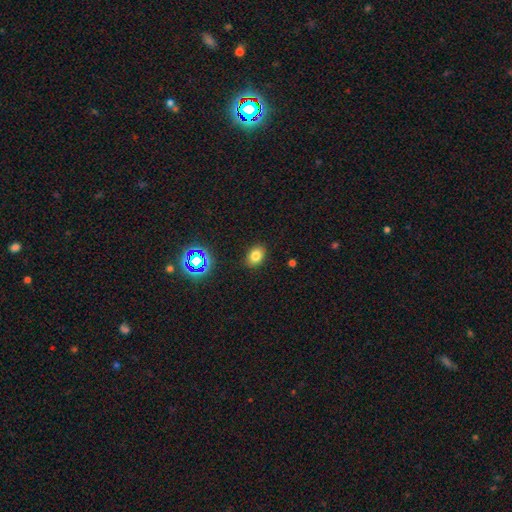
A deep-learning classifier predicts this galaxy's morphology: Q: Smooth or featured?
A: smooth (77%); runner-up: star or artifact (16%)
Q: How rounded?
A: in between (71%); runner-up: round (28%)
Q: Merging?
A: none (87%); runner-up: minor disturbance (9%)